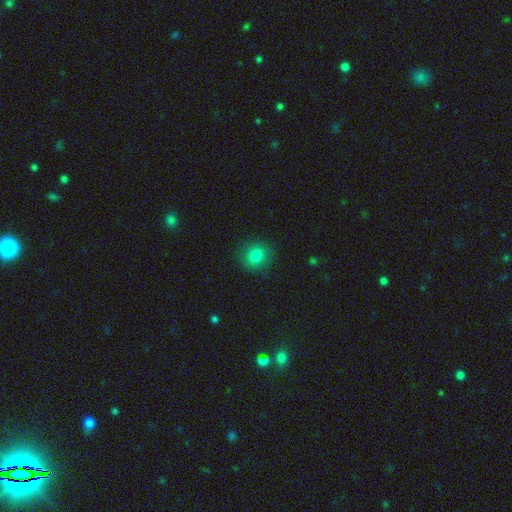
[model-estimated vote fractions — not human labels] The model was most divided on "how rounded": round: 81%, in between: 18%, cigar-shaped: 1%. More confident: merging — none (88%); smooth or featured — smooth (83%).